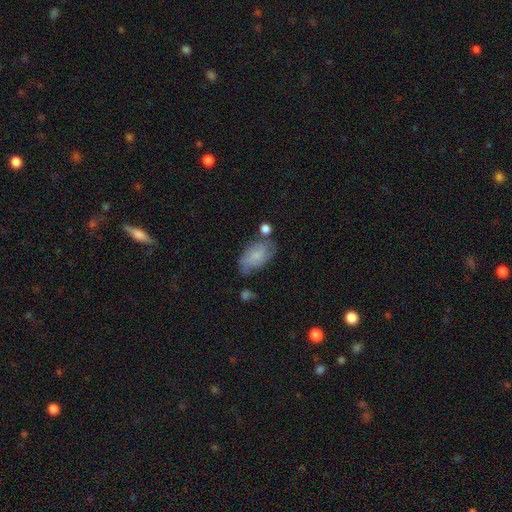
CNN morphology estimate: smooth 65%, featured or disk 27%, star or artifact 8%. Down the decision tree: how rounded — in between (91%); merging — none (48%).